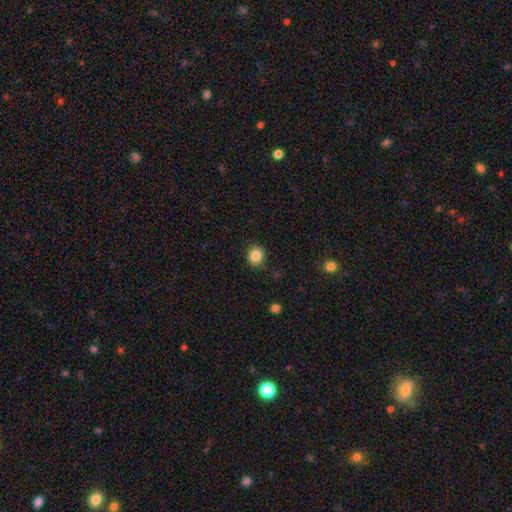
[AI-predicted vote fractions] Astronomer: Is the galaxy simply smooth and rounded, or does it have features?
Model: smooth — 85%.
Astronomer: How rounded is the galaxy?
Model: round — 82%.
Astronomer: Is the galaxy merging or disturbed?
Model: none — 86%.